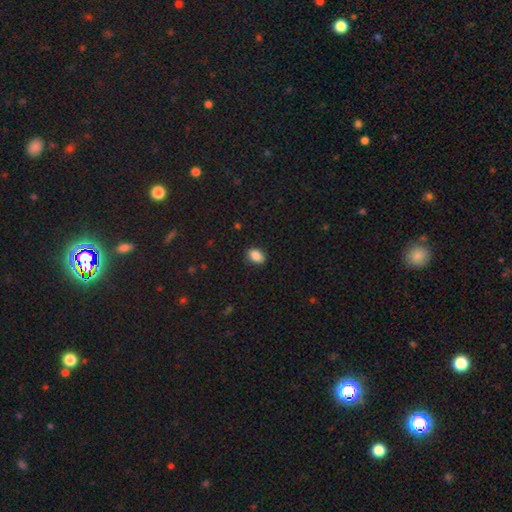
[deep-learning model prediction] Morphology: type=smooth (87%); roundness=in between (78%); merging=none (86%).